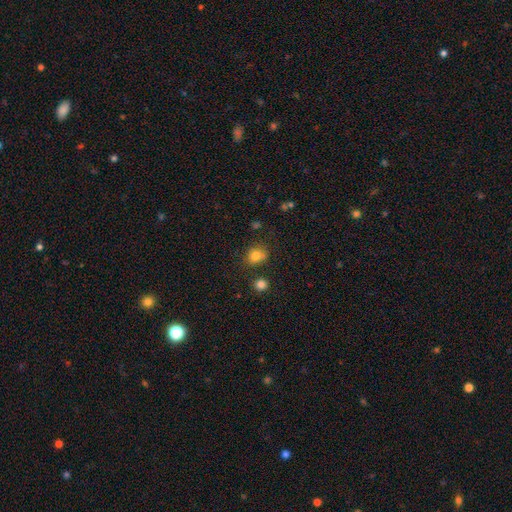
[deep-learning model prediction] Smooth or featured?
  - smooth: 79% *
  - star or artifact: 13%
  - featured or disk: 8%
How rounded?
  - round: 65% *
  - in between: 34%
  - cigar-shaped: 1%
Merging?
  - none: 65% *
  - minor disturbance: 18%
  - merger: 12%
  - major disturbance: 5%